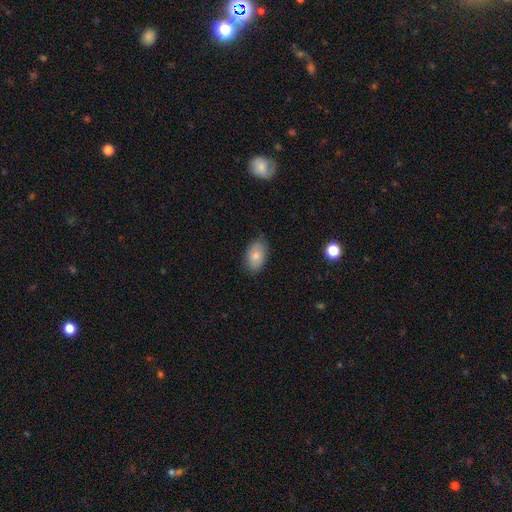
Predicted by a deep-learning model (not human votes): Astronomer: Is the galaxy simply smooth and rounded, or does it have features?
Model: smooth — 80%.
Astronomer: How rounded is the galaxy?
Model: in between — 91%.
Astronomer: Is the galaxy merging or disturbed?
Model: none — 77%.